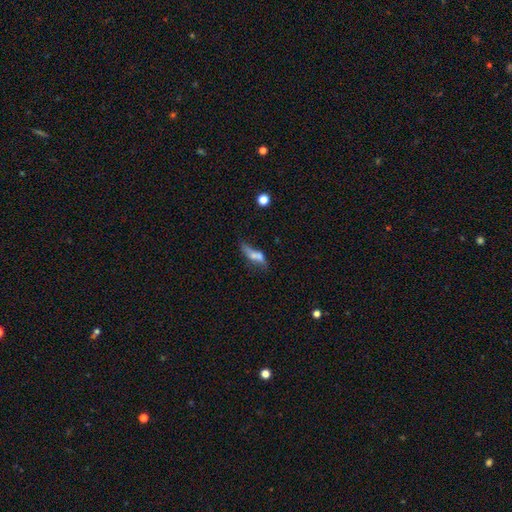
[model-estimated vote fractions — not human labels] smooth_or_featured: smooth (p=0.52) [alt: featured or disk p=0.37]
how_rounded: cigar-shaped (p=0.49) [alt: in between p=0.46]
merging: none (p=0.34) [alt: merger p=0.30]